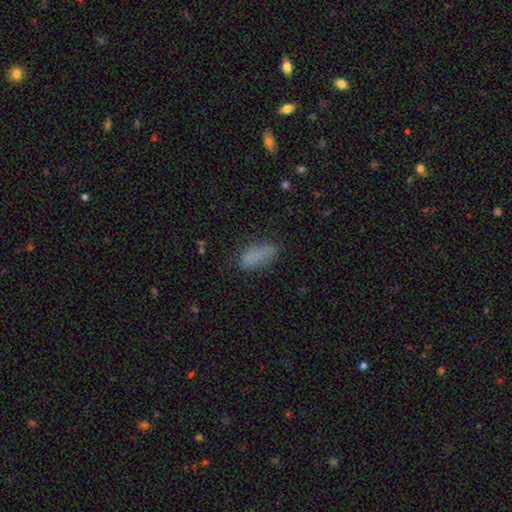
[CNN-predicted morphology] smooth-or-featured: smooth: 81% | star or artifact: 10% | featured or disk: 9%
  how-rounded: in between: 73% | cigar-shaped: 24% | round: 3%
  merging: none: 68% | minor disturbance: 21% | major disturbance: 8% | merger: 3%